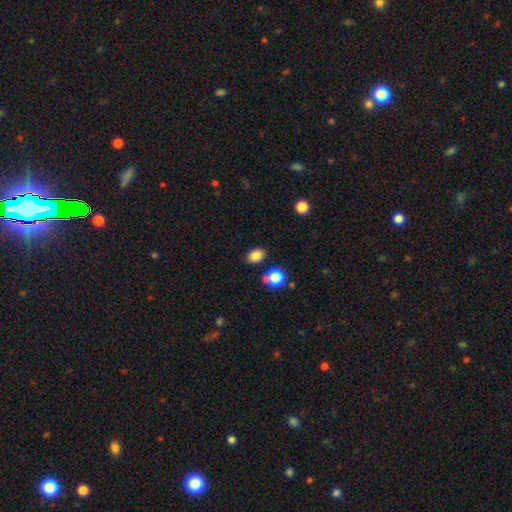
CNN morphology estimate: smooth-or-featured: smooth: 84% | star or artifact: 12% | featured or disk: 5%
  how-rounded: in between: 68% | round: 31% | cigar-shaped: 1%
  merging: none: 82% | minor disturbance: 10% | merger: 6% | major disturbance: 3%